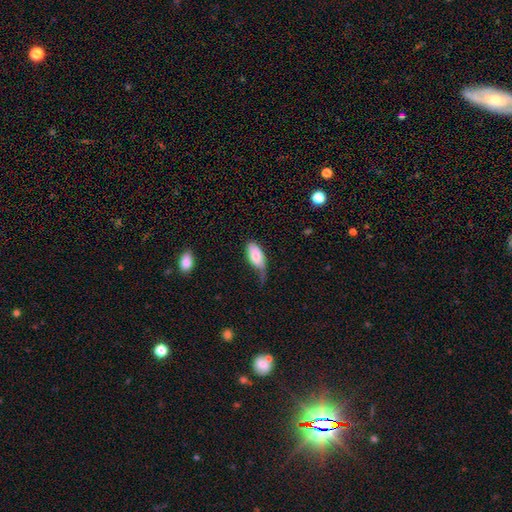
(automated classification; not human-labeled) The model was most divided on "merging": minor disturbance: 37%, major disturbance: 34%, none: 24%, merger: 4%. More confident: how rounded — in between (91%); smooth or featured — smooth (77%).